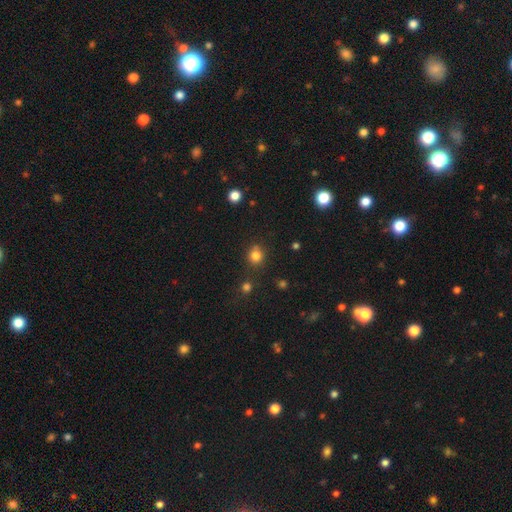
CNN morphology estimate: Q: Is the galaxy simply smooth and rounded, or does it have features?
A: smooth — 81%.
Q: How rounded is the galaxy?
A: round — 85%.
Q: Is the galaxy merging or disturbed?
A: none — 79%.